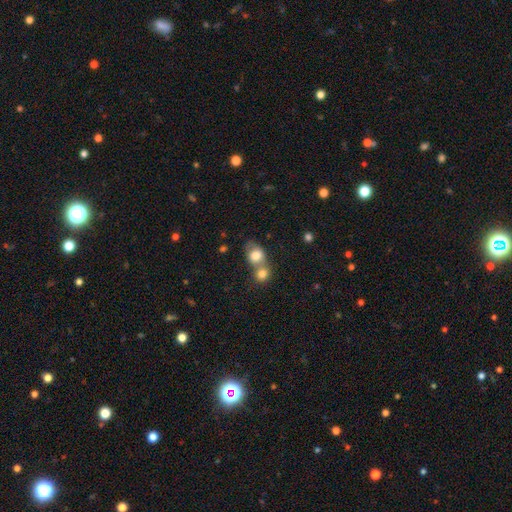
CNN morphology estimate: Smooth or featured? Predicted: smooth (p=0.78). How rounded? Predicted: round (p=0.56). Merging? Predicted: merger (p=0.61).